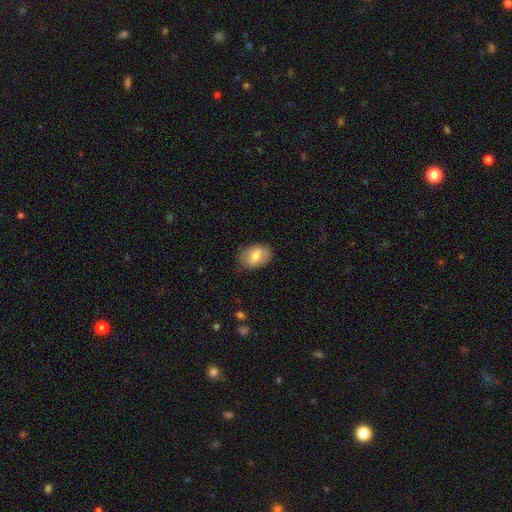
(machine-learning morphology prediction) This is likely a smooth galaxy (73%). How rounded: likely in between (77%). Merging: likely none (77%).